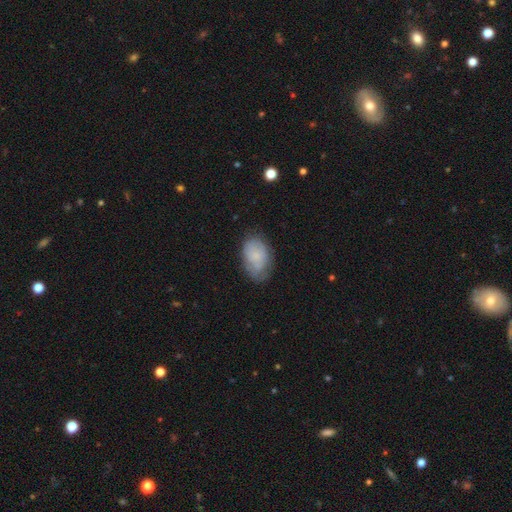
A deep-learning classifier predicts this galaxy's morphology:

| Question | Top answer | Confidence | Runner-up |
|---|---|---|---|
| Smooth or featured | smooth | 64% | featured or disk (28%) |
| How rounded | in between | 88% | round (11%) |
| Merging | none | 60% | minor disturbance (29%) |